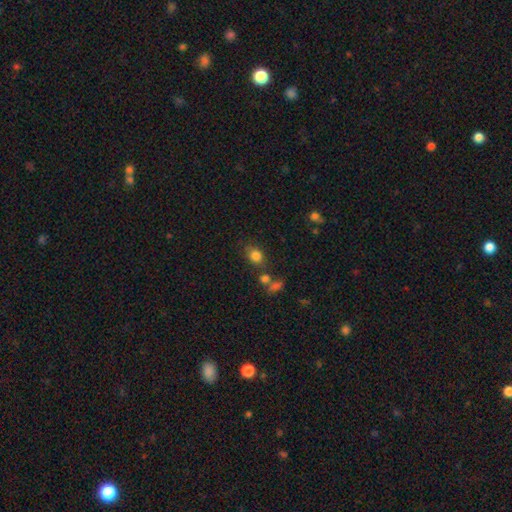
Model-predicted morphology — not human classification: smooth-or-featured: smooth: 81% | star or artifact: 12% | featured or disk: 7%
  how-rounded: round: 50% | in between: 48% | cigar-shaped: 1%
  merging: none: 67% | minor disturbance: 15% | merger: 13% | major disturbance: 5%